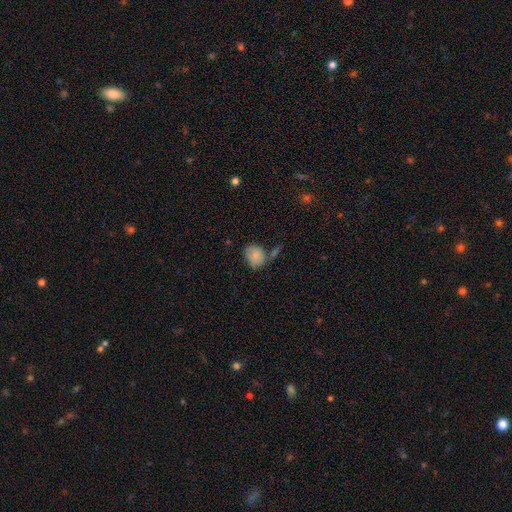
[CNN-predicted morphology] Q: Smooth or featured?
A: smooth (83%); runner-up: featured or disk (10%)
Q: How rounded?
A: round (56%); runner-up: in between (43%)
Q: Merging?
A: none (49%); runner-up: minor disturbance (22%)